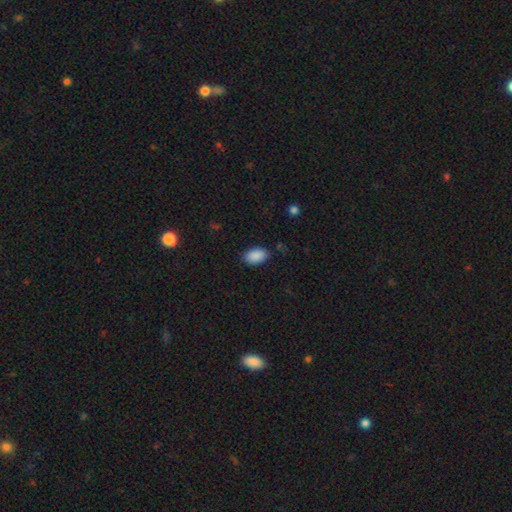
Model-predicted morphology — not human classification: Smooth or featured?
  - smooth: 89% *
  - star or artifact: 7%
  - featured or disk: 3%
How rounded?
  - in between: 94% *
  - round: 5%
  - cigar-shaped: 2%
Merging?
  - none: 85% *
  - minor disturbance: 11%
  - major disturbance: 3%
  - merger: 1%